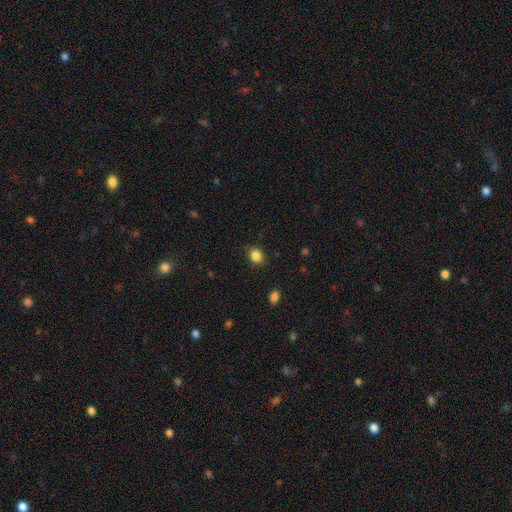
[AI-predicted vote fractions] A smooth galaxy with no disk features (85%) that is round (54%). Merging: none (81%).